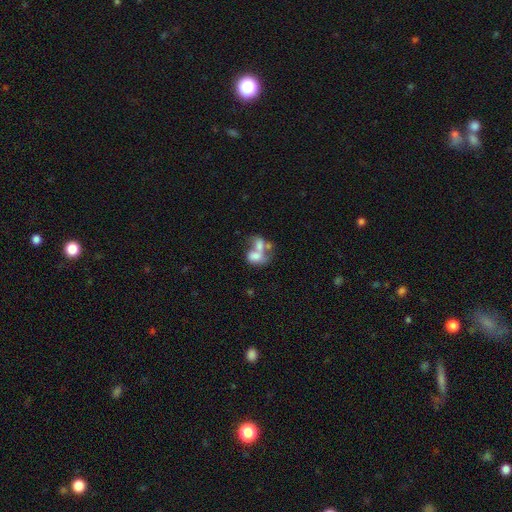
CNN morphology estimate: This appears to be a smooth galaxy with no disk features (60%) that is in between round and cigar-shaped (75%). Merging: merger (71%).